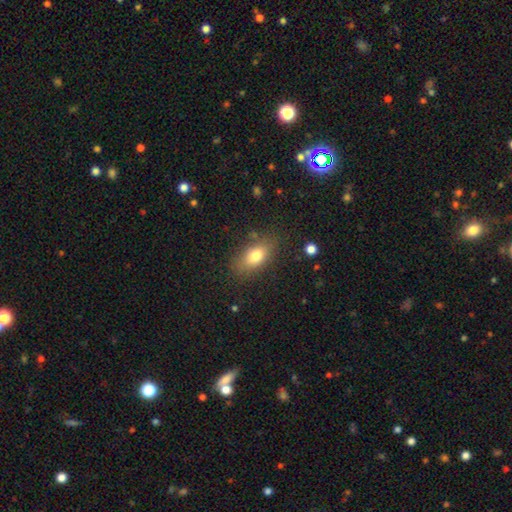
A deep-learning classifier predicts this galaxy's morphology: Smooth or featured?
  - smooth: 76% *
  - featured or disk: 15%
  - star or artifact: 10%
How rounded?
  - in between: 82% *
  - round: 11%
  - cigar-shaped: 7%
Merging?
  - none: 81% *
  - minor disturbance: 13%
  - major disturbance: 4%
  - merger: 2%